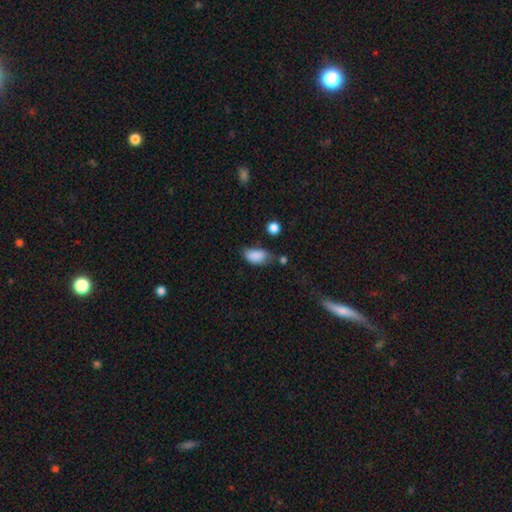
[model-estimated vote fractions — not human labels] The model was most divided on "merging": none: 46%, minor disturbance: 36%, major disturbance: 11%, merger: 7%. More confident: how rounded — in between (91%); smooth or featured — smooth (86%).